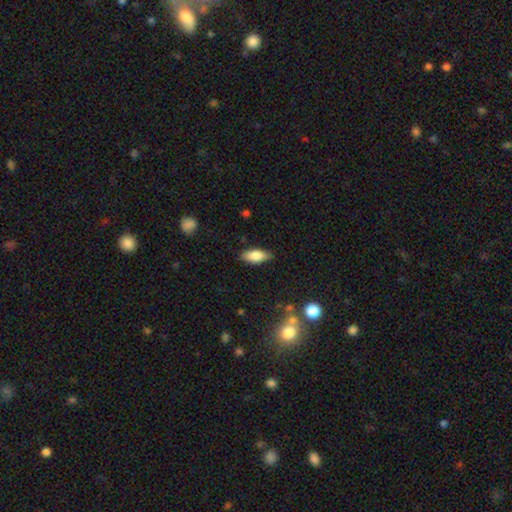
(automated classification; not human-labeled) A smooth galaxy with no disk features (77%) that is in between round and cigar-shaped (80%).

Vote fractions:
- Smooth or featured? smooth: 77% / featured or disk: 16% / star or artifact: 7%
- How rounded? in between: 80% / cigar-shaped: 18% / round: 3%
- Merging? none: 85% / minor disturbance: 11% / major disturbance: 2% / merger: 1%